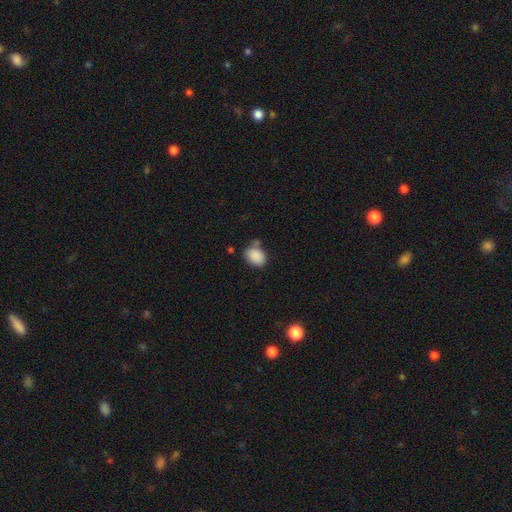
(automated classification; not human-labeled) Smooth or featured: smooth — 88% (star or artifact — 8%)
How rounded: in between — 73% (round — 26%)
Merging: none — 60% (minor disturbance — 22%)